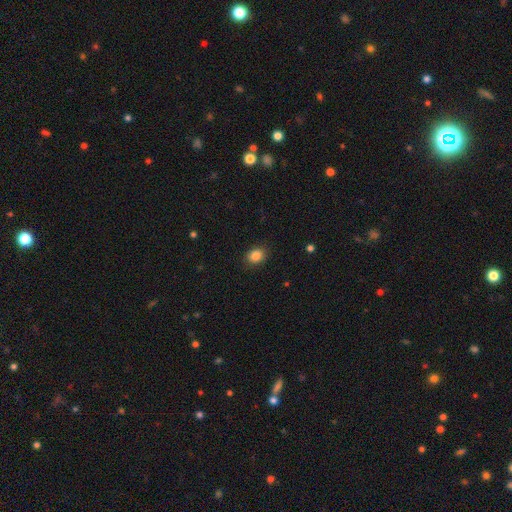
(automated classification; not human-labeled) Smooth or featured?
  - smooth: 86% *
  - star or artifact: 10%
  - featured or disk: 4%
How rounded?
  - in between: 51% *
  - round: 48%
  - cigar-shaped: 1%
Merging?
  - none: 89% *
  - minor disturbance: 8%
  - major disturbance: 2%
  - merger: 1%